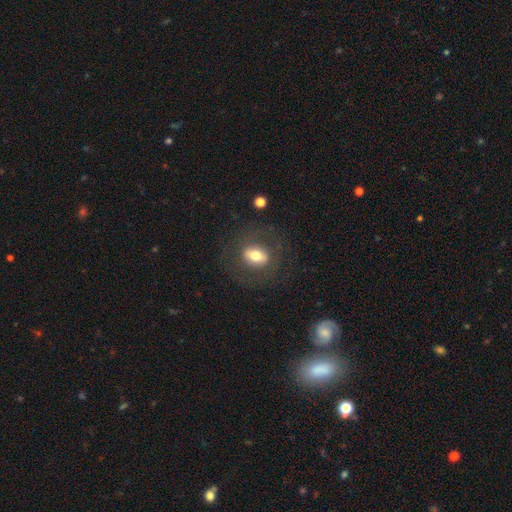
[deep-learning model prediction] Q: Smooth or featured?
A: smooth (56%); runner-up: featured or disk (34%)
Q: How rounded?
A: in between (59%); runner-up: round (38%)
Q: Merging?
A: none (77%); runner-up: minor disturbance (12%)